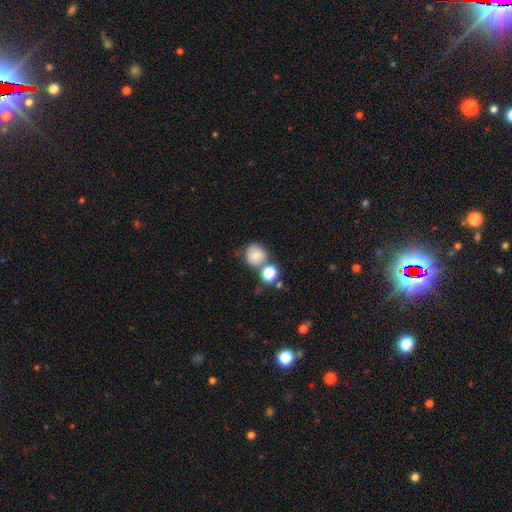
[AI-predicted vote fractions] This appears to be a smooth galaxy with no disk features (75%) that is round (88%). Merging: none (58%).